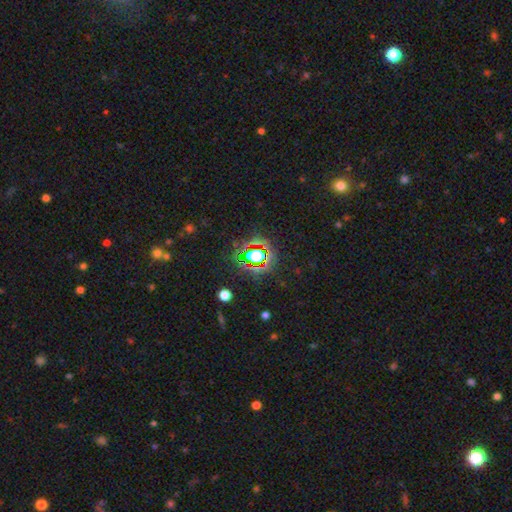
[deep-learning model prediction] smooth_or_featured: star or artifact (p=0.68) [alt: smooth p=0.21]